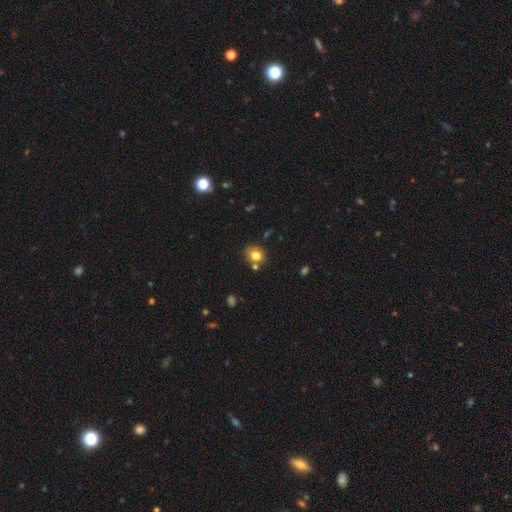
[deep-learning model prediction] The model was most divided on "how rounded": round: 57%, in between: 42%, cigar-shaped: 1%. More confident: smooth or featured — smooth (78%); merging — none (68%).